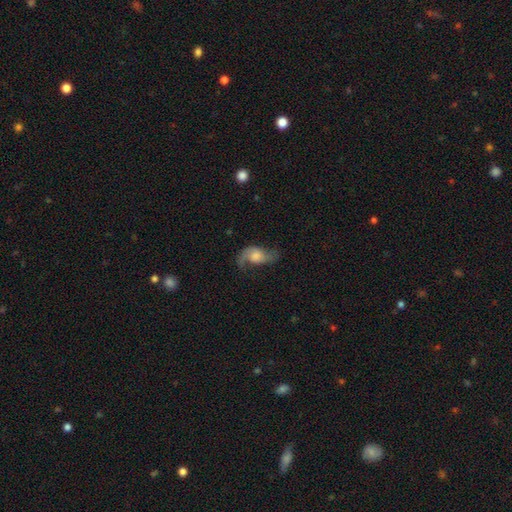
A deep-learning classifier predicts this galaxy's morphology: A featured or disk galaxy (71%) with no bar (67%), 2 (81%) loose (72%) spiral arms (93%) and a moderate central bulge (38%). Merging: none (55%).